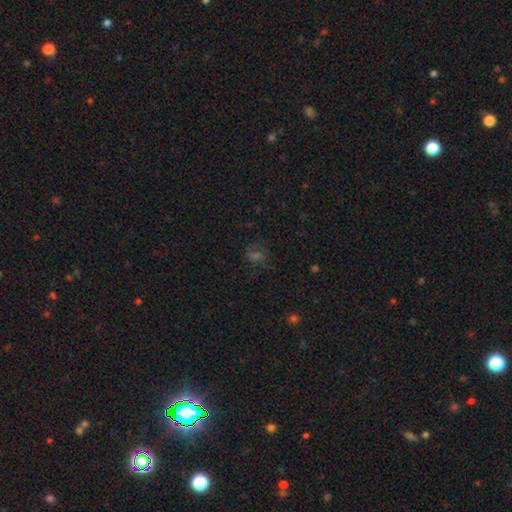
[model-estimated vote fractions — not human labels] Smooth or featured? Predicted: star or artifact (p=0.39).